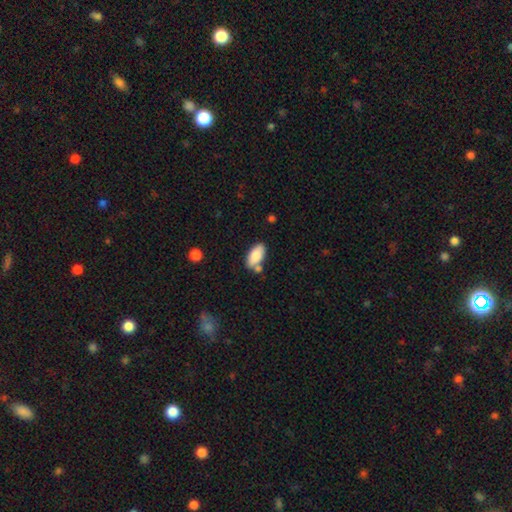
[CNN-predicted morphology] smooth_or_featured: smooth (p=0.82) [alt: featured or disk p=0.11]
how_rounded: in between (p=0.91) [alt: cigar-shaped p=0.06]
merging: none (p=0.68) [alt: minor disturbance p=0.15]